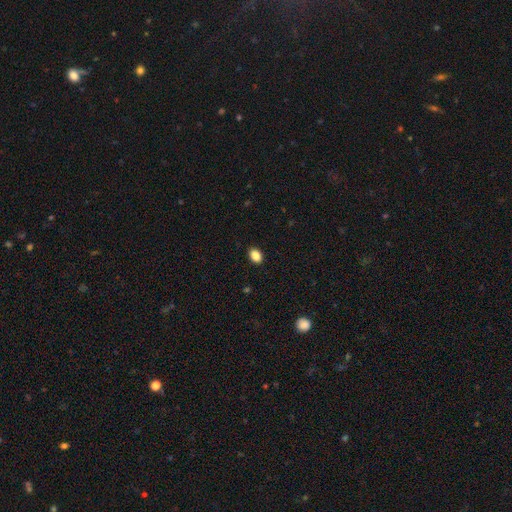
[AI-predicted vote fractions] A smooth galaxy with no disk features (88%) that is in between round and cigar-shaped (81%). Merging: none (90%).